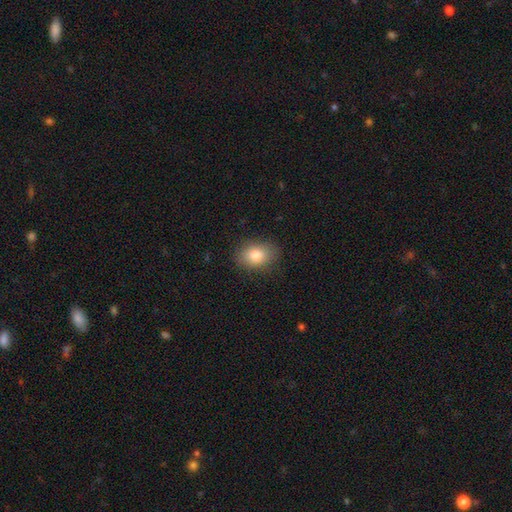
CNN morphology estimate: This appears to be a smooth galaxy with no disk features (82%) that is in between round and cigar-shaped (71%). Merging: none (85%).